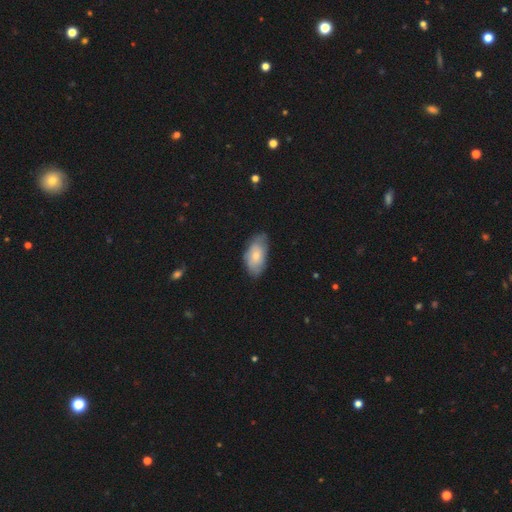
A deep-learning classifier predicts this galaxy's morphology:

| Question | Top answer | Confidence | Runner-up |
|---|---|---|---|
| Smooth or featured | smooth | 66% | featured or disk (28%) |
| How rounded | in between | 93% | round (4%) |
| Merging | none | 65% | minor disturbance (27%) |